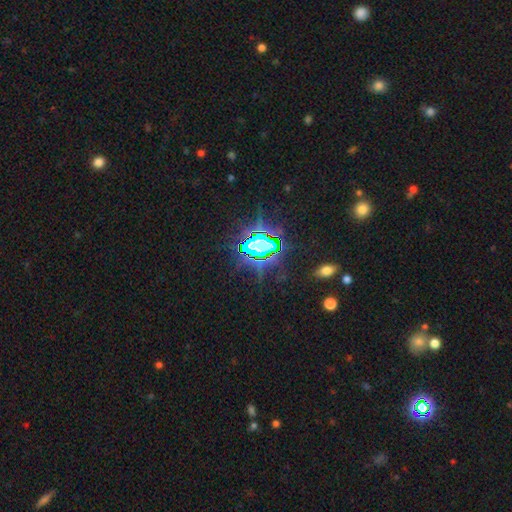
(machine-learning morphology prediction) Smooth or featured: star or artifact — 78% (featured or disk — 11%)